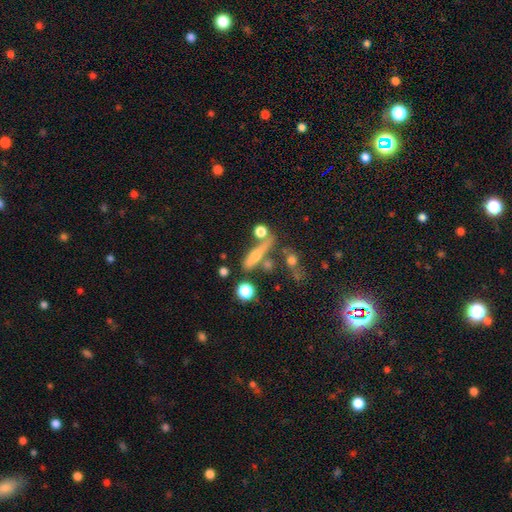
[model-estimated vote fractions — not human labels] Morphology: type=smooth (44%); merging=none (55%).